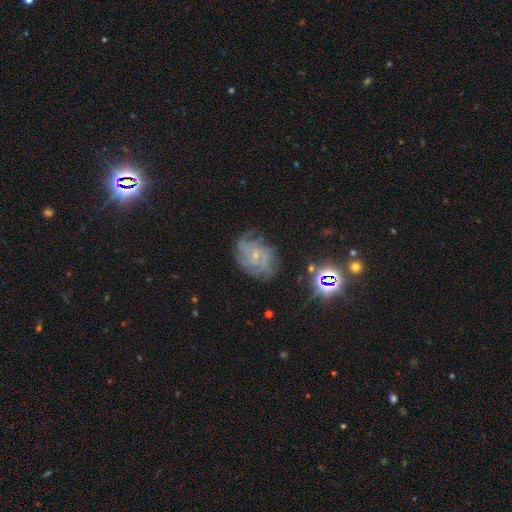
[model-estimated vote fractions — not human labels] The model was most divided on "spiral winding": tight: 53%, medium: 35%, loose: 12%. Remaining: edge-on disk — no (97%); spiral arms — yes (88%); bulge size — small (79%); bar — no (71%); smooth or featured — featured or disk (68%); merging — none (63%); spiral arm count — can't tell (47%).